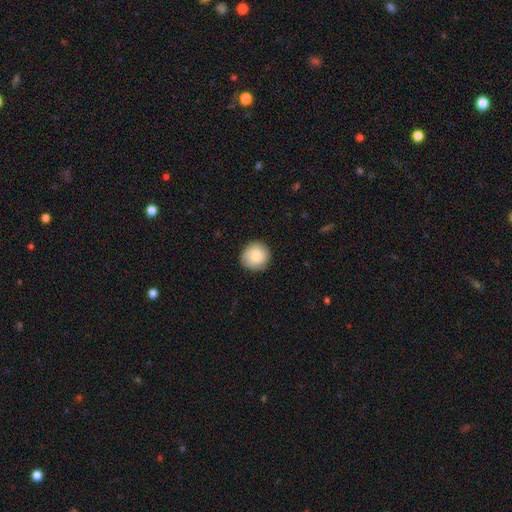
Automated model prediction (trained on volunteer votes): This is likely a smooth galaxy (78%). How rounded: clearly round (92%). Merging: clearly none (86%).